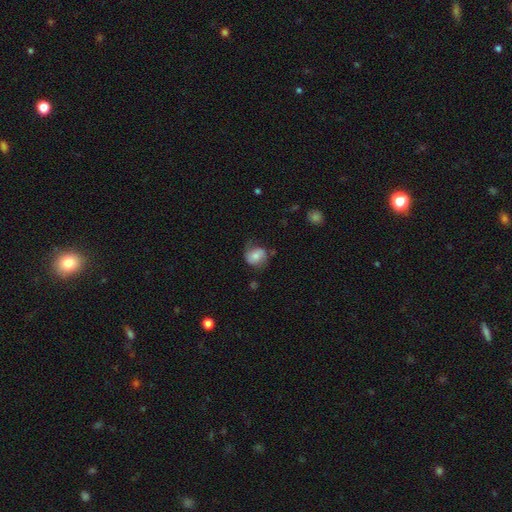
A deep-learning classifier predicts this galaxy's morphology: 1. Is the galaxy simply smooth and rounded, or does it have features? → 62% smooth, 29% featured or disk, 9% star or artifact.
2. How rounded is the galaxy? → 64% round, 35% in between, 1% cigar-shaped.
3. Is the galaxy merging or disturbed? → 53% none, 29% minor disturbance, 14% major disturbance, 3% merger.